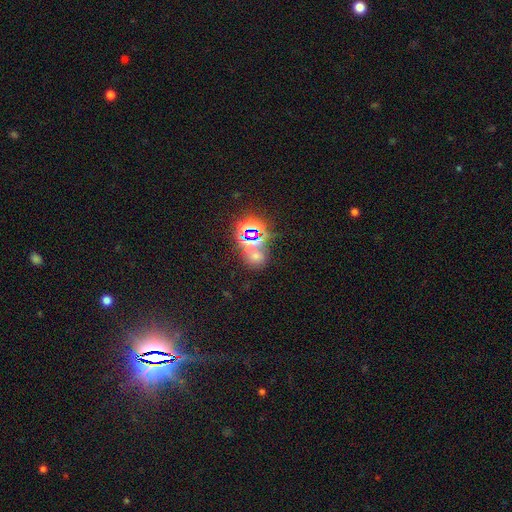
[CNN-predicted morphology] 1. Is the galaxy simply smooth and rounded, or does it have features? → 55% star or artifact, 35% smooth, 10% featured or disk.